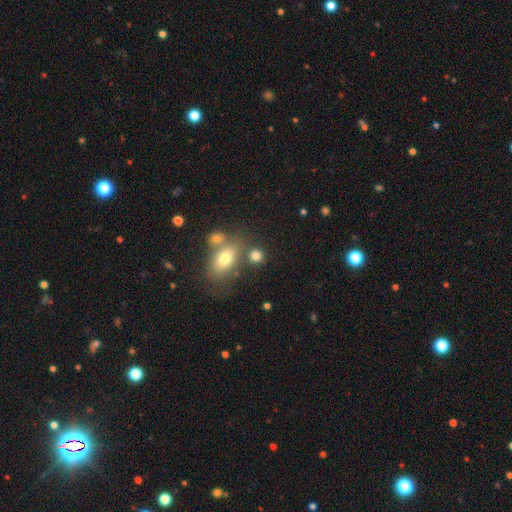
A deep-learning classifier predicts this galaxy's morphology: The model was most divided on "how rounded": round: 65%, in between: 32%, cigar-shaped: 2%. More confident: smooth or featured — smooth (77%); merging — none (60%).